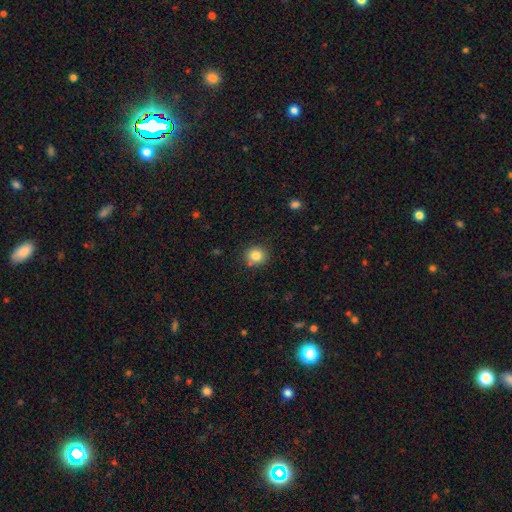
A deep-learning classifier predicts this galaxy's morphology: This is clearly a smooth galaxy (83%). How rounded: clearly round (87%). Merging: clearly none (82%).